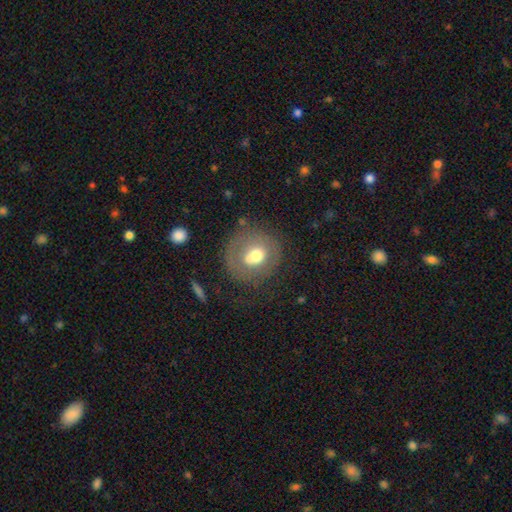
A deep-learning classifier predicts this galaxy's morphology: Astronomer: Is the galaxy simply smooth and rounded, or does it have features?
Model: smooth — 54% (runner-up: featured or disk, 36%).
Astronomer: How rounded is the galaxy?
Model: round — 81%.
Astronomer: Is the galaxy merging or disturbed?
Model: none — 57%.